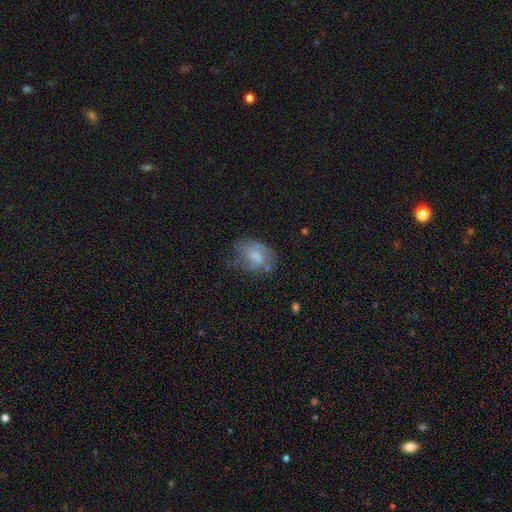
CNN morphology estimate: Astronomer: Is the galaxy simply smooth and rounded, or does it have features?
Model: smooth — 46% (runner-up: featured or disk, 44%).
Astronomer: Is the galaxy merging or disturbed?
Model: none — 43% (runner-up: minor disturbance, 30%).